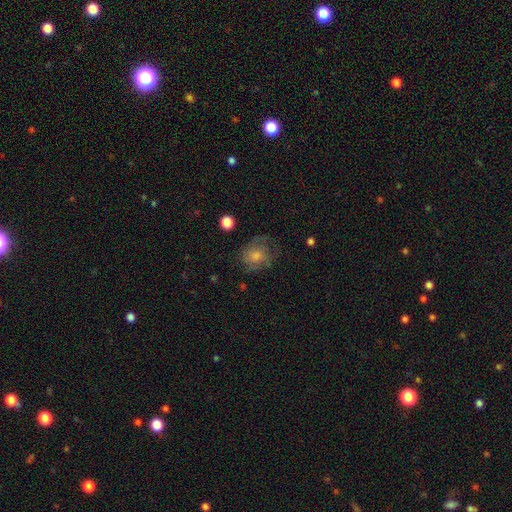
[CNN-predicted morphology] smooth-or-featured: smooth: 45% | featured or disk: 40% | star or artifact: 15%
  merging: none: 67% | minor disturbance: 20% | major disturbance: 12% | merger: 1%